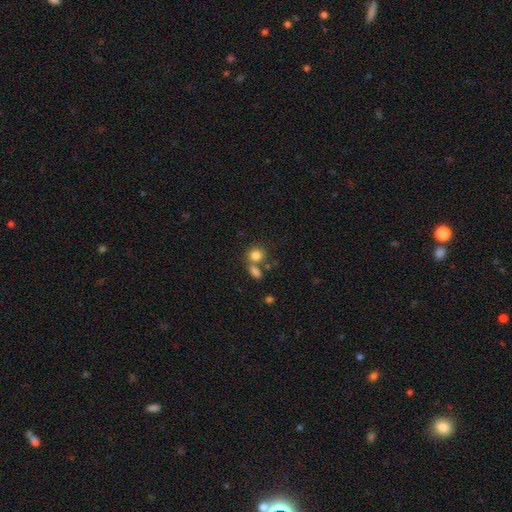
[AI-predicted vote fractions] The model was most divided on "merging": none: 54%, merger: 31%, minor disturbance: 10%, major disturbance: 4%. More confident: smooth or featured — smooth (82%); how rounded — round (76%).